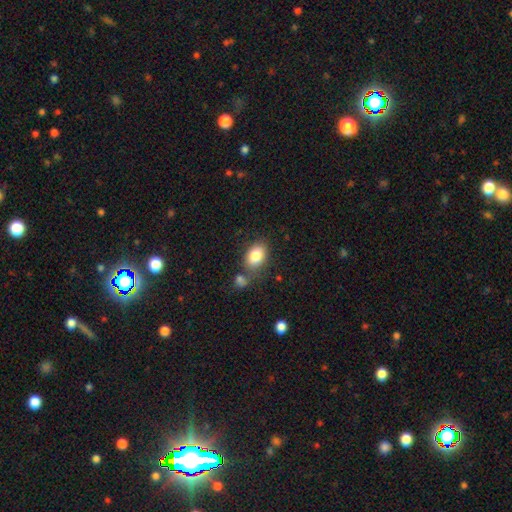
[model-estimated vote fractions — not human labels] smooth_or_featured: smooth (p=0.83) [alt: featured or disk p=0.09]
how_rounded: in between (p=0.78) [alt: round p=0.20]
merging: none (p=0.67) [alt: minor disturbance p=0.14]